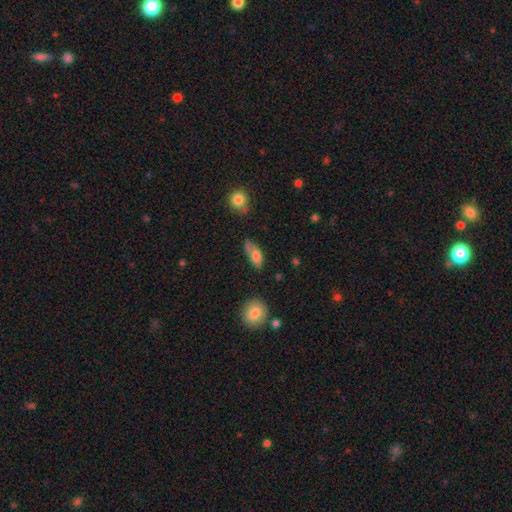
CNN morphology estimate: Overall: smooth (75%). How rounded: in between (84%). Merging: none (50%; minor disturbance 30%).